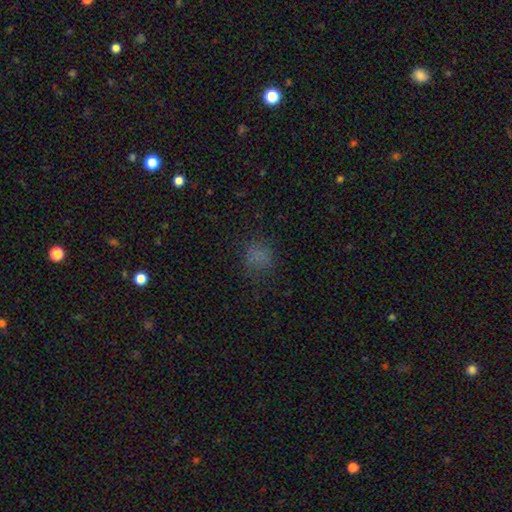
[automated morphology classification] smooth 70%, star or artifact 22%, featured or disk 8%. Down the decision tree: how rounded — round (74%); merging — none (74%).